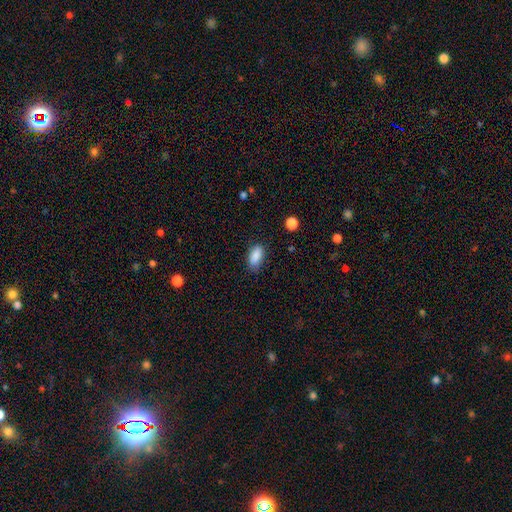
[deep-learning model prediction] Smooth or featured? Predicted: smooth (p=0.87). How rounded? Predicted: in between (p=0.90). Merging? Predicted: none (p=0.76).